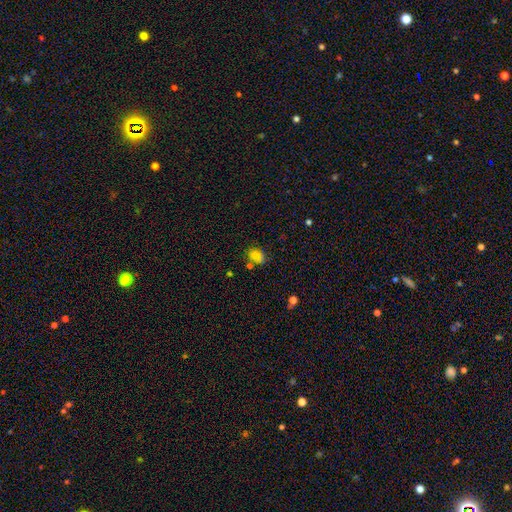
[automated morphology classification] type=smooth (66%); roundness=round (60%); merging=none (65%).